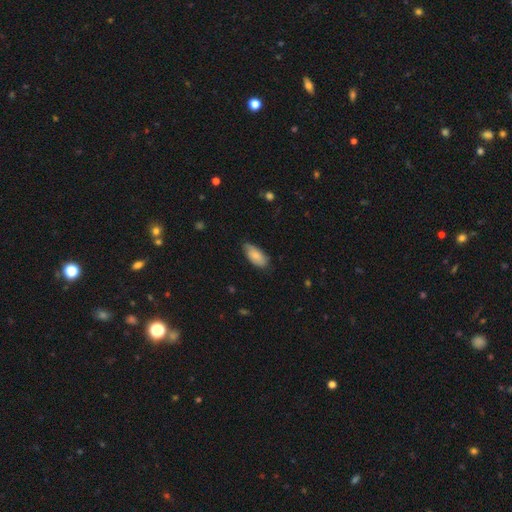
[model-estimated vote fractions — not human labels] Smooth or featured: smooth — 80% (featured or disk — 14%)
How rounded: in between — 90% (cigar-shaped — 7%)
Merging: none — 66% (minor disturbance — 29%)